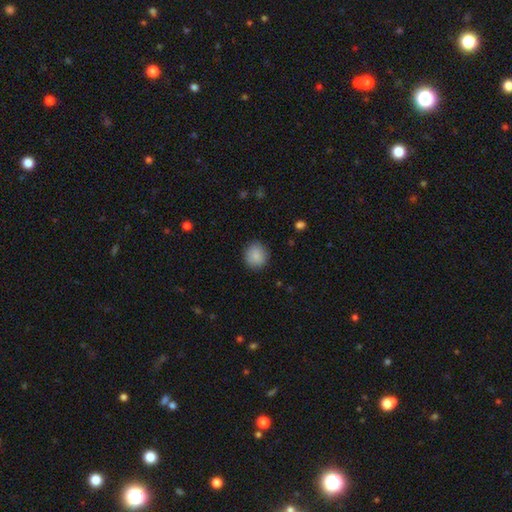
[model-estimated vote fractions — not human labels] smooth-or-featured: smooth: 88% | star or artifact: 8% | featured or disk: 4%
  how-rounded: round: 85% | in between: 14% | cigar-shaped: 1%
  merging: none: 88% | minor disturbance: 8% | major disturbance: 2% | merger: 1%